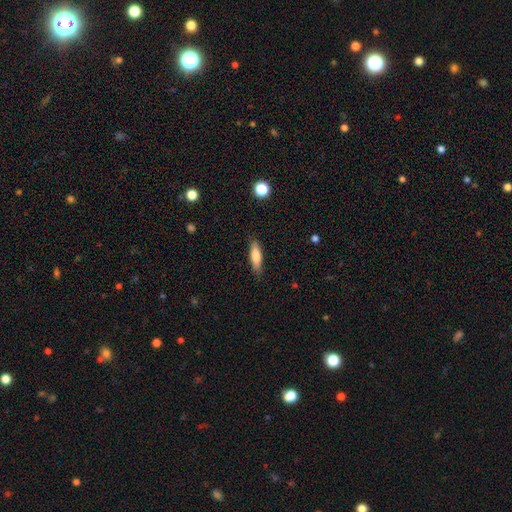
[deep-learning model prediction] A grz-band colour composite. It shows a smooth galaxy with no disk features (76%) that is cigar-shaped (59%). Merging: none (85%).